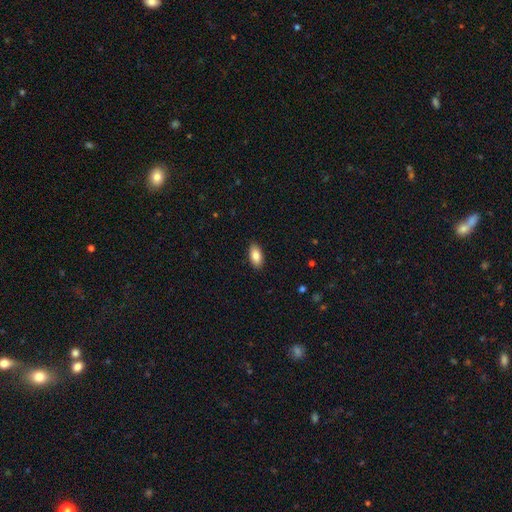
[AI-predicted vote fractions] Q: Smooth or featured?
A: smooth (84%); runner-up: featured or disk (9%)
Q: How rounded?
A: in between (93%); runner-up: cigar-shaped (4%)
Q: Merging?
A: none (88%); runner-up: minor disturbance (9%)